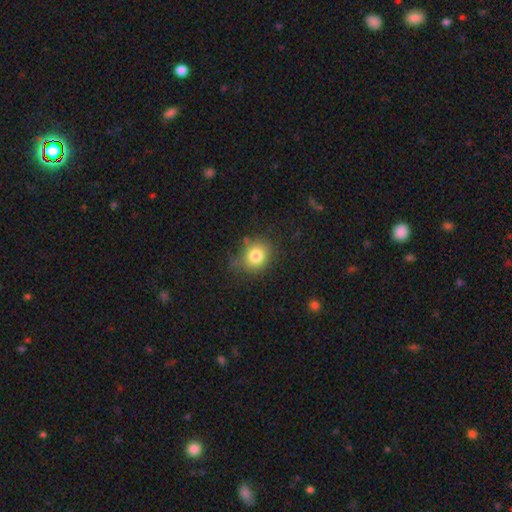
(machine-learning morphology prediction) Smooth or featured? smooth (79%)
How rounded? round (73%)
Merging? none (70%)